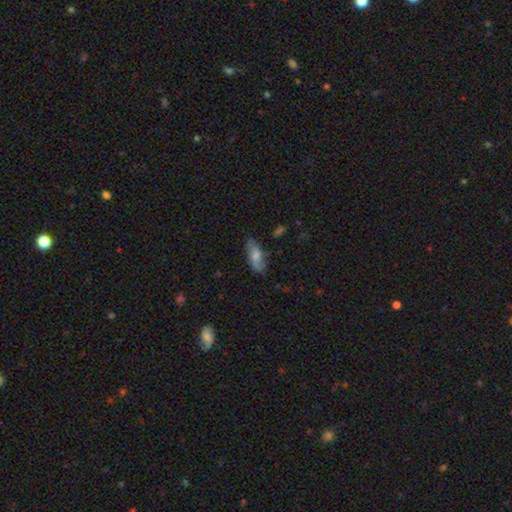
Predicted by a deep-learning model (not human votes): Smooth or featured: smooth — 50% (featured or disk — 42%)
Merging: none — 77% (minor disturbance — 17%)